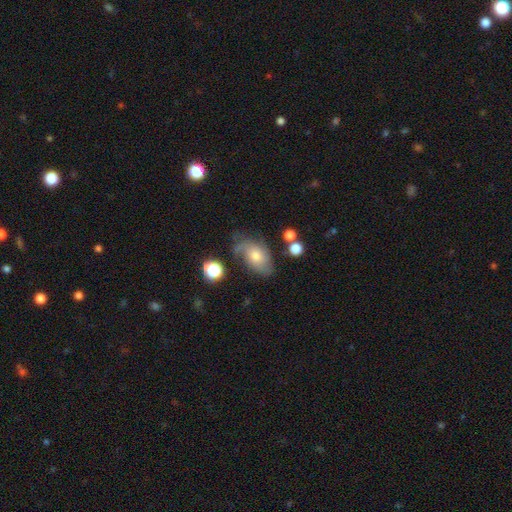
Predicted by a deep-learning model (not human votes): smooth-or-featured: featured or disk: 51% | smooth: 39% | star or artifact: 10%
  disk-edge-on: no: 93% | yes: 7%
  merging: none: 51% | minor disturbance: 28% | major disturbance: 16% | merger: 5%